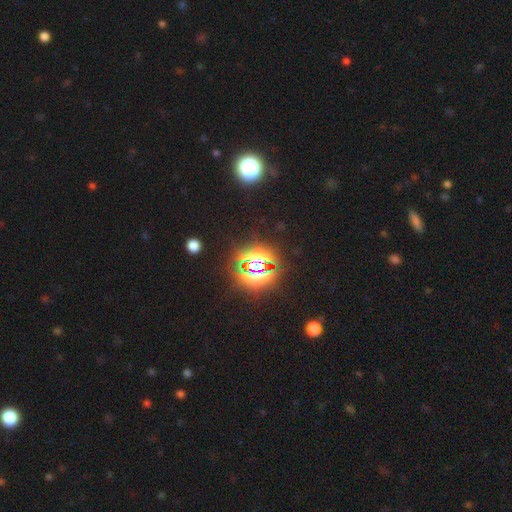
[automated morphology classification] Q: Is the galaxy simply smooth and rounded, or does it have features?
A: star or artifact — 80%.